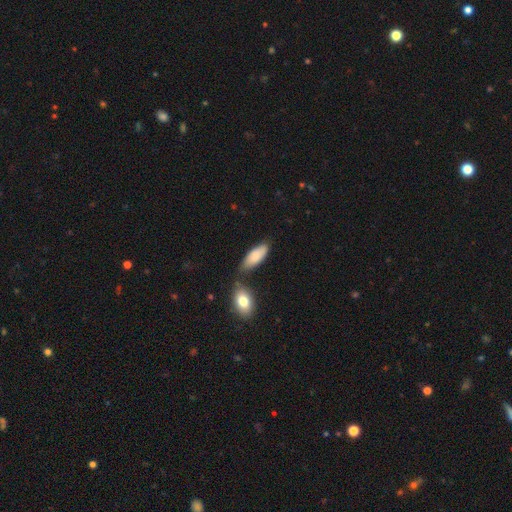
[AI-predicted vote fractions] Smooth or featured? Predicted: smooth (p=0.82). How rounded? Predicted: in between (p=0.78). Merging? Predicted: none (p=0.60).